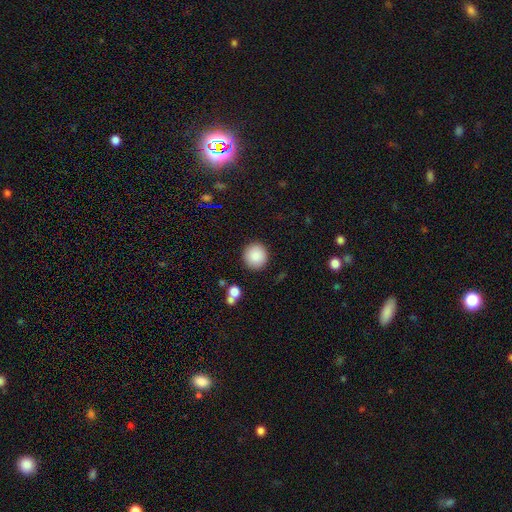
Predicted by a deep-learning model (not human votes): smooth 87%, star or artifact 8%, featured or disk 5%. Down the decision tree: how rounded — round (92%); merging — none (90%).